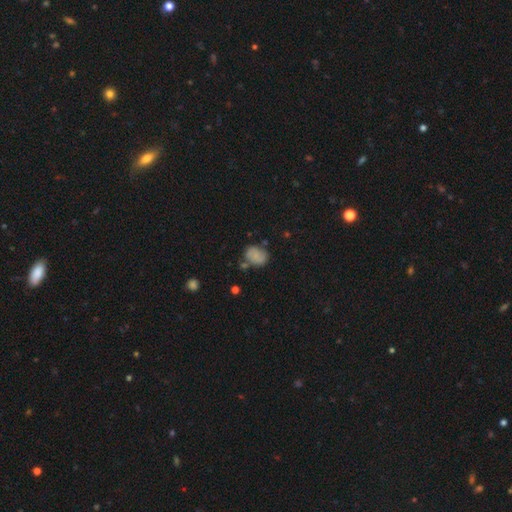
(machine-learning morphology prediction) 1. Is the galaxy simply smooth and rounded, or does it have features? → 71% smooth, 18% featured or disk, 11% star or artifact.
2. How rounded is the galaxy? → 59% in between, 40% round, 1% cigar-shaped.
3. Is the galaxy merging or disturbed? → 58% none, 23% minor disturbance, 12% merger, 7% major disturbance.